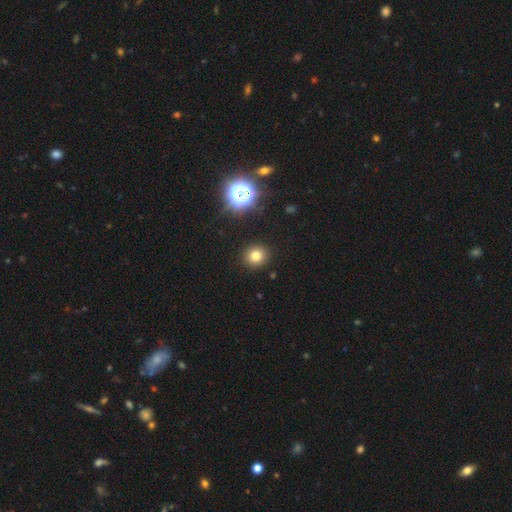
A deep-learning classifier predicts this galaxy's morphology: This appears to be a smooth galaxy with no disk features (77%) that is round (88%). Merging: none (91%).